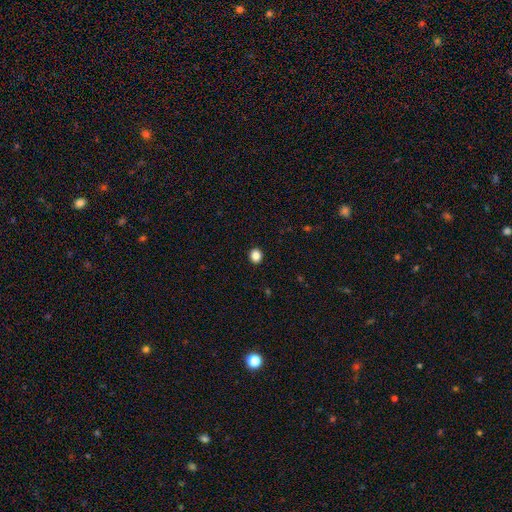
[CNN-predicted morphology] smooth-or-featured: smooth: 86% | star or artifact: 11% | featured or disk: 3%
  how-rounded: round: 76% | in between: 23% | cigar-shaped: 1%
  merging: none: 92% | minor disturbance: 5% | major disturbance: 2% | merger: 1%